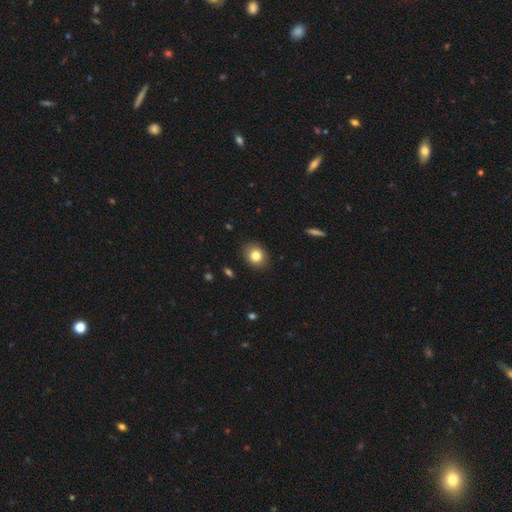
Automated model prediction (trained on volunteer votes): Morphology: type=smooth (81%); roundness=round (61%); merging=none (87%).